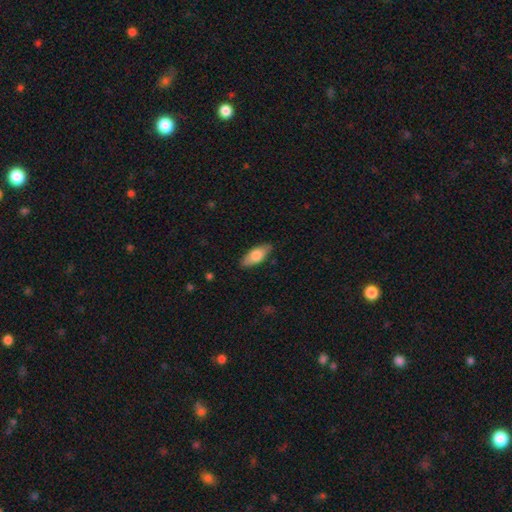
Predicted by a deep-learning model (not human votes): A smooth galaxy with no disk features (74%) that is in between round and cigar-shaped (81%). Merging: none (84%).